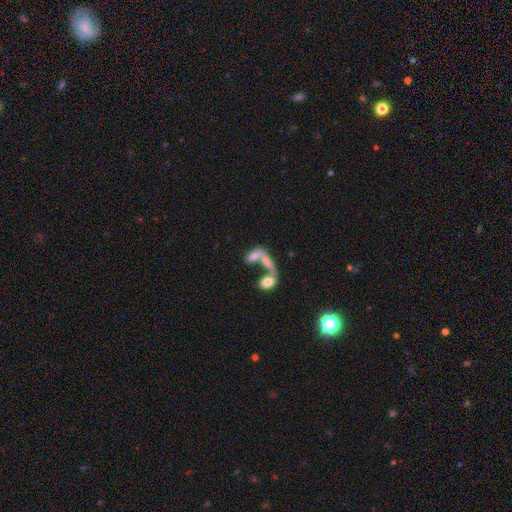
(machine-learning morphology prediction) Smooth or featured: smooth — 62% (featured or disk — 27%)
How rounded: in between — 67% (cigar-shaped — 26%)
Merging: merger — 62% (none — 22%)